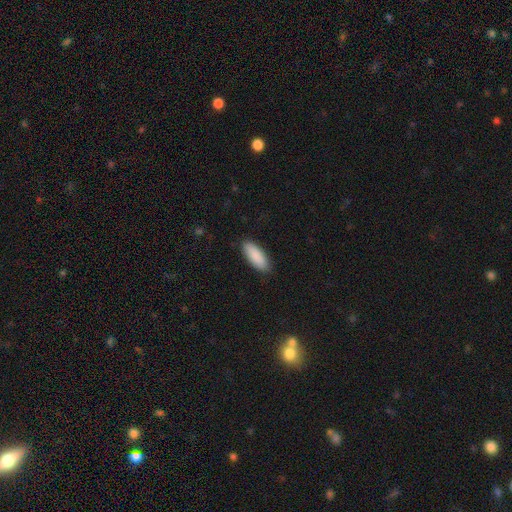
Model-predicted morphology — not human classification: Smooth or featured? Predicted: smooth (p=0.90). How rounded? Predicted: in between (p=0.73). Merging? Predicted: none (p=0.89).